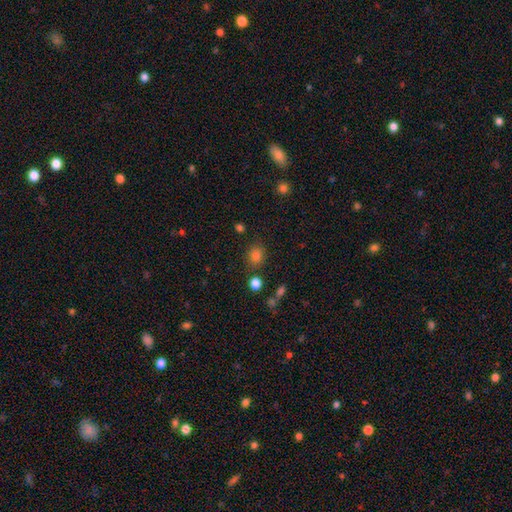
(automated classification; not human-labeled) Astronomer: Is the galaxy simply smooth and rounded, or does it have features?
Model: smooth — 78%.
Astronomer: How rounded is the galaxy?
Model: round — 62%.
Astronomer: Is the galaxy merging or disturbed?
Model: none — 79%.